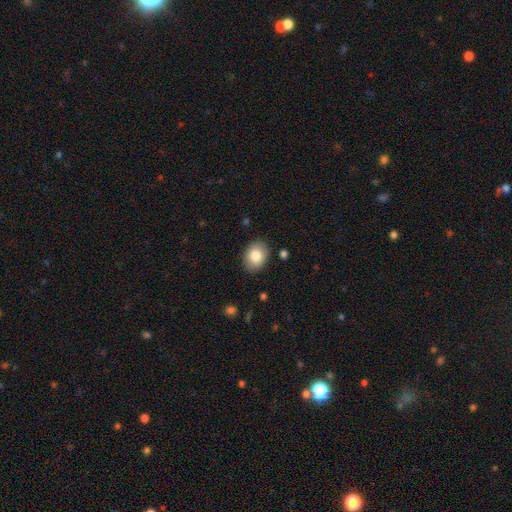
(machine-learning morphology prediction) smooth_or_featured: smooth (p=0.82) [alt: featured or disk p=0.11]
how_rounded: in between (p=0.72) [alt: round p=0.27]
merging: none (p=0.87) [alt: minor disturbance p=0.09]